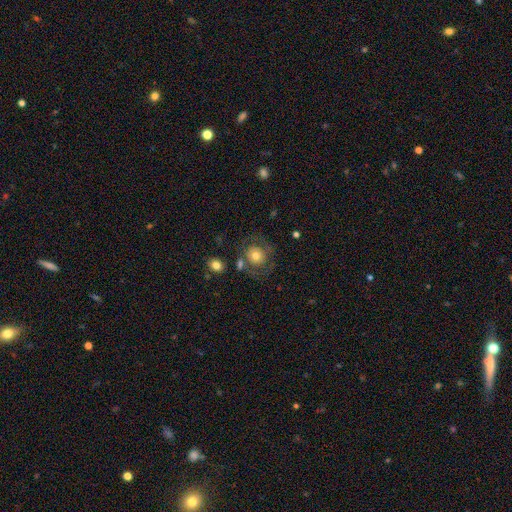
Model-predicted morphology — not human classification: This appears to be a smooth galaxy with no disk features (58%) that is round (84%). Merging: none (63%).